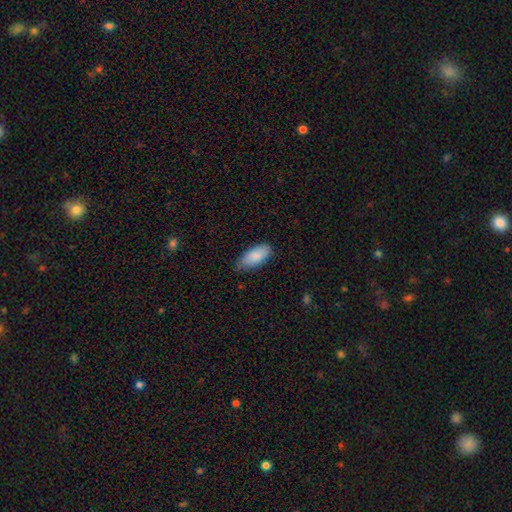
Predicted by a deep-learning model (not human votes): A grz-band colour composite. It shows a smooth galaxy with no disk features (87%) that is in between round and cigar-shaped (87%). Merging: none (72%).